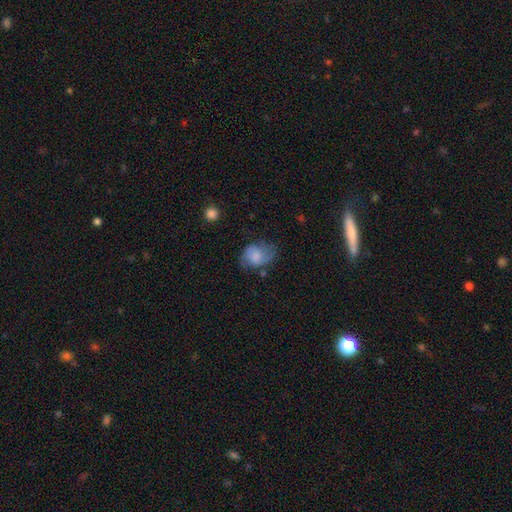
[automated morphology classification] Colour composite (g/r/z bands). It shows a smooth galaxy with no disk features (56%) that is in between round and cigar-shaped (59%). Merging: none (52%).